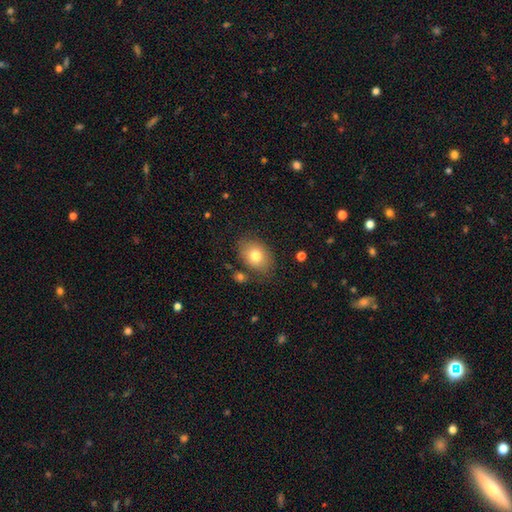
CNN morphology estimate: A smooth galaxy with no disk features (76%) that is in between round and cigar-shaped (69%). Merging: none (76%).